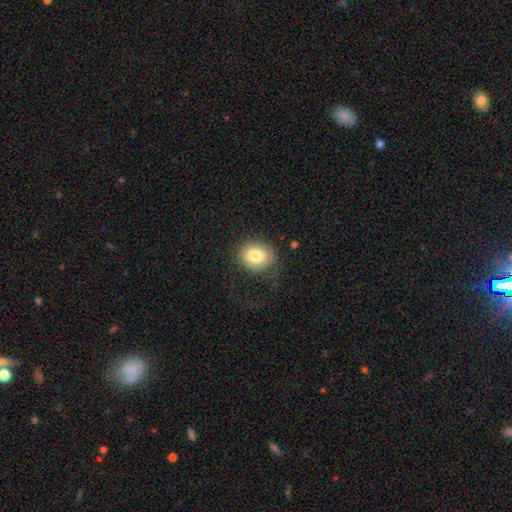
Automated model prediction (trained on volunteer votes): Overall: smooth (80%). How rounded: round (63%; in between 36%). Merging: none (73%).